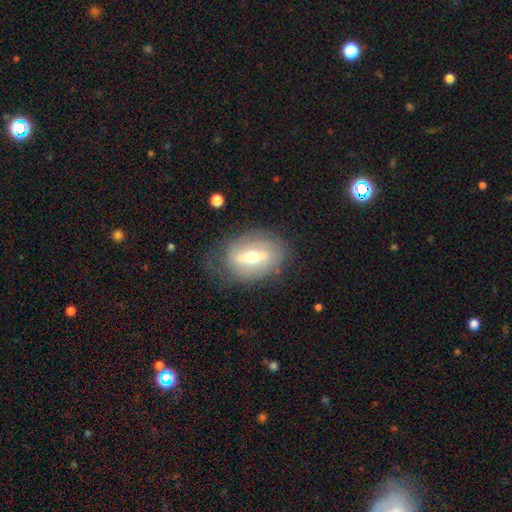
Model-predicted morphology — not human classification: The model was most divided on "smooth or featured": featured or disk: 63%, smooth: 30%, star or artifact: 8%. More confident: edge-on disk — no (77%); merging — none (66%).